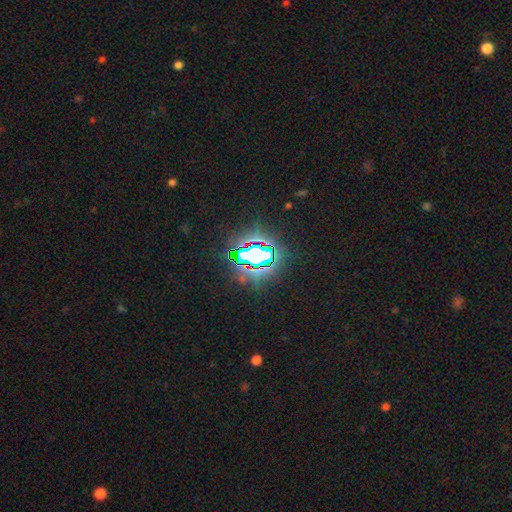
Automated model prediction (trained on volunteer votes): Overall: star or artifact (74%).